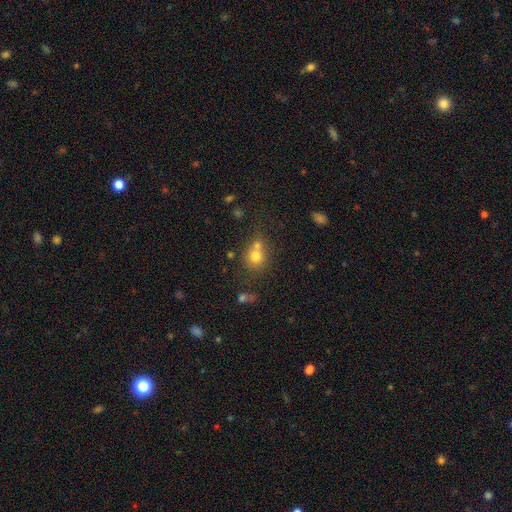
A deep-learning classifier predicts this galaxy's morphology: This is likely a smooth galaxy (73%). How rounded: likely round (79%). Merging: marginally merger (44%).